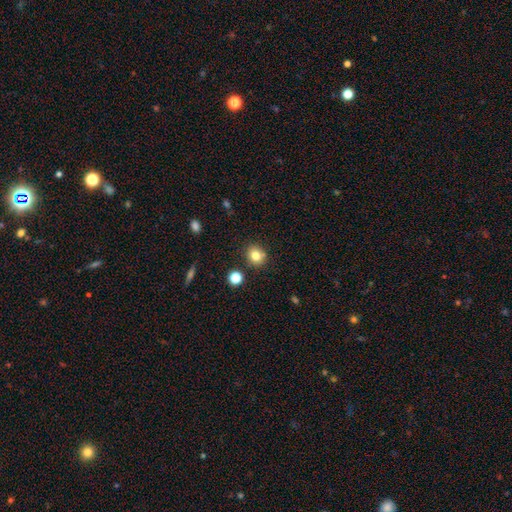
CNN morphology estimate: A smooth galaxy with no disk features (80%) that is round (78%).

Vote fractions:
- Smooth or featured? smooth: 80% / star or artifact: 12% / featured or disk: 8%
- How rounded? round: 78% / in between: 21% / cigar-shaped: 1%
- Merging? none: 83% / minor disturbance: 10% / merger: 5% / major disturbance: 3%